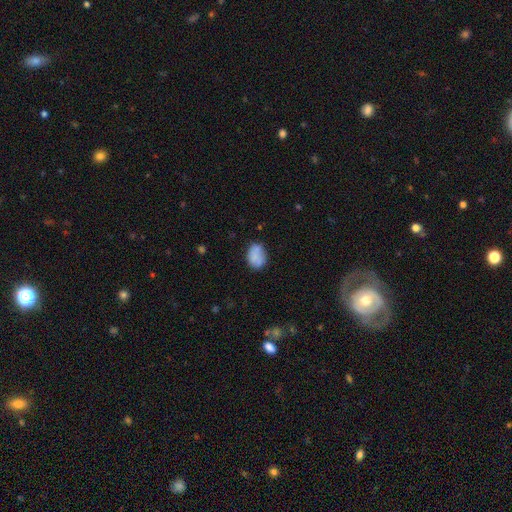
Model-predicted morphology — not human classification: Smooth or featured?
  - smooth: 79% *
  - featured or disk: 13%
  - star or artifact: 8%
How rounded?
  - in between: 75% *
  - round: 23%
  - cigar-shaped: 1%
Merging?
  - none: 60% *
  - minor disturbance: 25%
  - merger: 8%
  - major disturbance: 7%